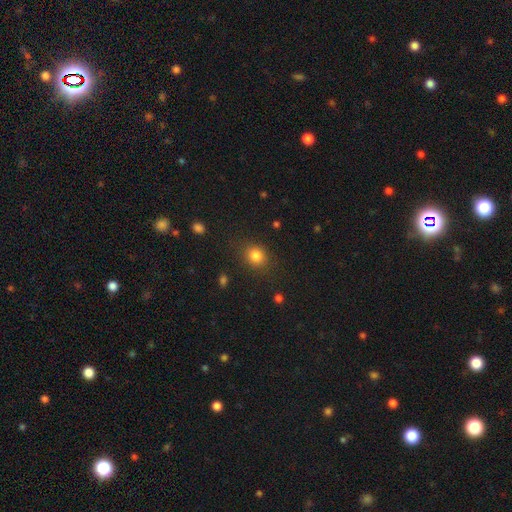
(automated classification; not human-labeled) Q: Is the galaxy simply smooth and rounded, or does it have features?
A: smooth — 83%.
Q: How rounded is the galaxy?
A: round — 70%.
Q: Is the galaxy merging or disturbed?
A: none — 84%.